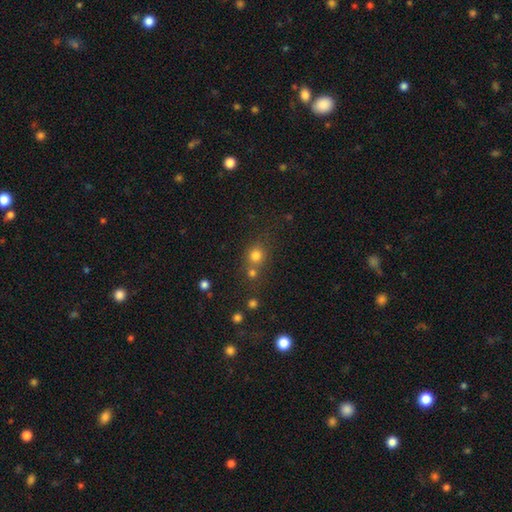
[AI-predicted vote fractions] The model was most divided on "merging": none: 55%, merger: 31%, minor disturbance: 9%, major disturbance: 4%. More confident: how rounded — round (84%); smooth or featured — smooth (77%).